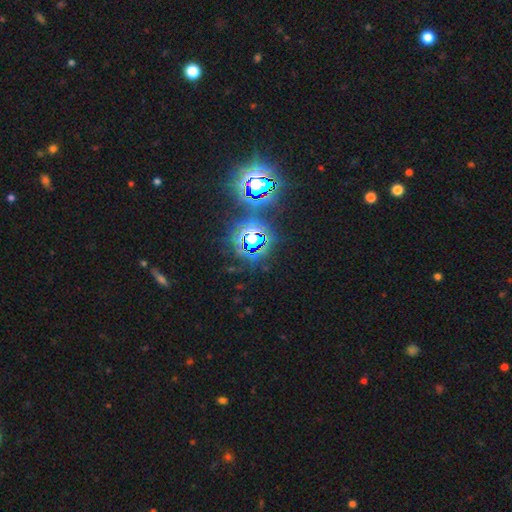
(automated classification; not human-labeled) Smooth or featured: star or artifact — 81% (smooth — 12%)